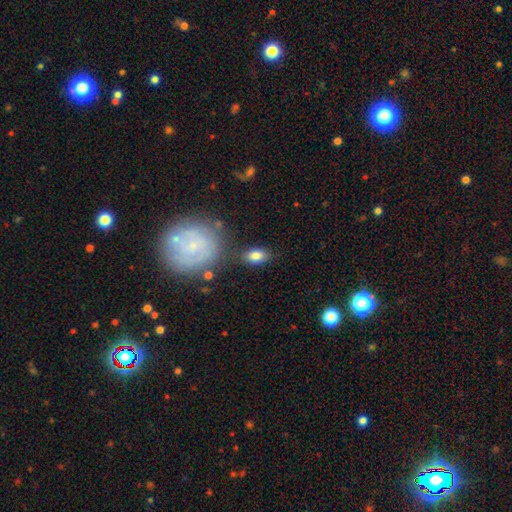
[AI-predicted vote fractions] A smooth galaxy with no disk features (83%) that is in between round and cigar-shaped (88%). Merging: none (77%).